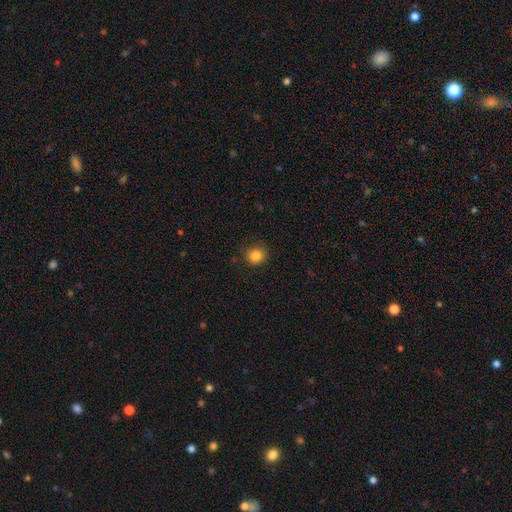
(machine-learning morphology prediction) smooth-or-featured: smooth: 85% | star or artifact: 11% | featured or disk: 4%
  how-rounded: round: 90% | in between: 9% | cigar-shaped: 1%
  merging: none: 87% | minor disturbance: 10% | major disturbance: 3% | merger: 1%